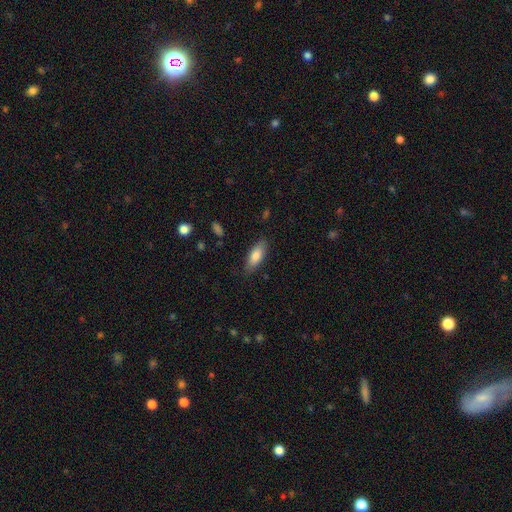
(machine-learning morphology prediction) Smooth or featured: smooth — 82% (featured or disk — 12%)
How rounded: in between — 76% (cigar-shaped — 22%)
Merging: none — 83% (minor disturbance — 13%)